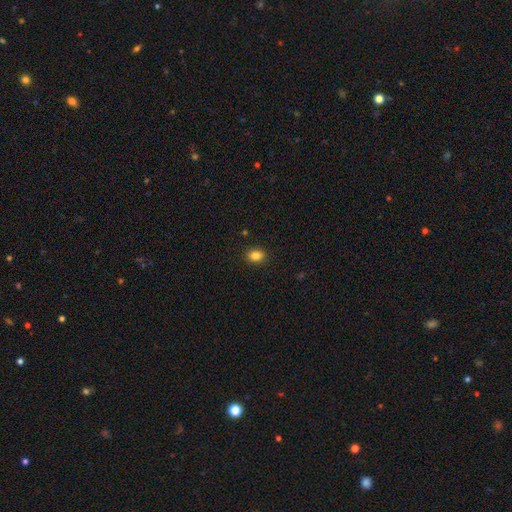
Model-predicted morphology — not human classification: Overall: smooth (84%). How rounded: in between (58%; round 41%). Merging: none (90%).